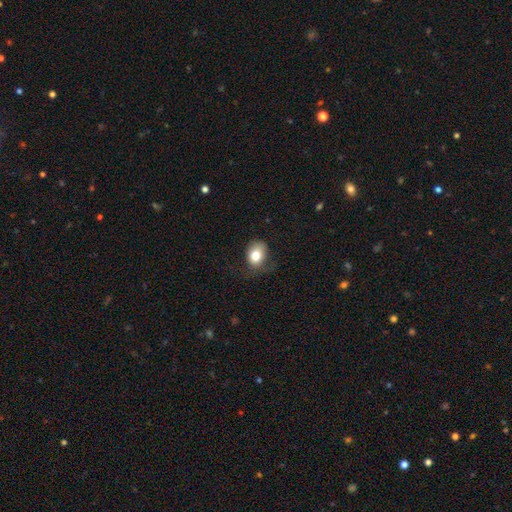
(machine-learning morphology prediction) Smooth or featured: smooth — 79% (featured or disk — 12%)
How rounded: in between — 57% (round — 42%)
Merging: none — 52% (minor disturbance — 30%)